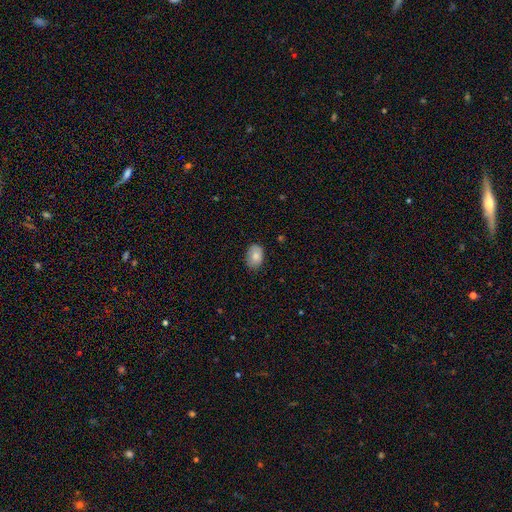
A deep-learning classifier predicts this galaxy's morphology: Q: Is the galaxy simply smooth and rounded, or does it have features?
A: smooth — 84%.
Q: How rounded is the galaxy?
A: in between — 79%.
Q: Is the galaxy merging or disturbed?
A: none — 81%.